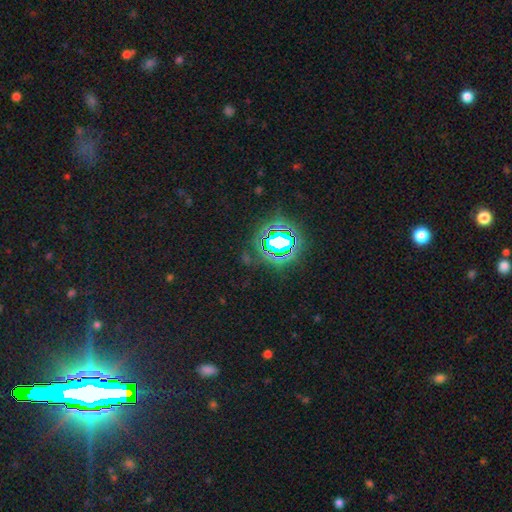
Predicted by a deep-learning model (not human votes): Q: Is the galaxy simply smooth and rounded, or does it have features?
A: star or artifact — 83%.